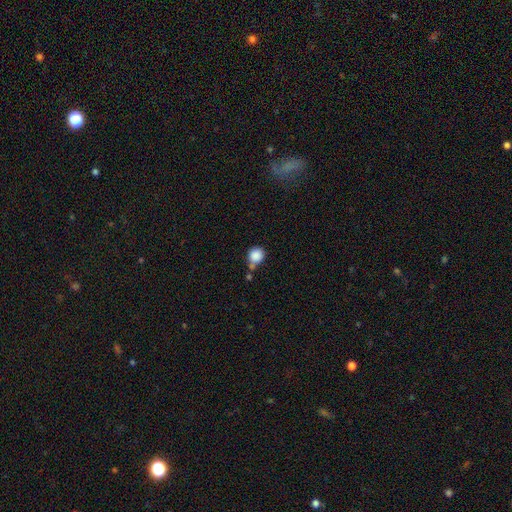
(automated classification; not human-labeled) Q: Smooth or featured?
A: smooth (86%); runner-up: star or artifact (9%)
Q: How rounded?
A: round (89%); runner-up: in between (10%)
Q: Merging?
A: none (53%); runner-up: merger (24%)